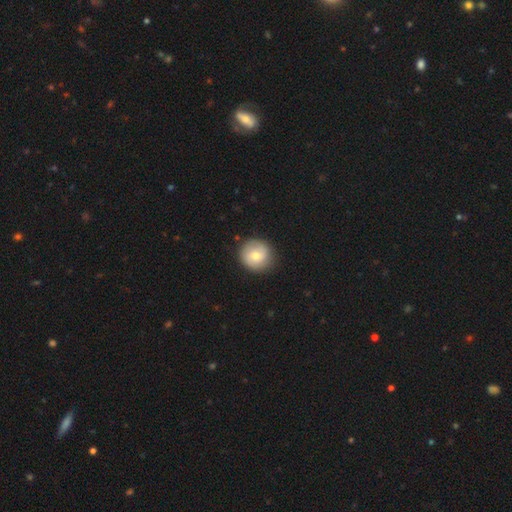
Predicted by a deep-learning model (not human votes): Smooth or featured?
  - smooth: 66% *
  - featured or disk: 27%
  - star or artifact: 7%
How rounded?
  - round: 93% *
  - in between: 6%
  - cigar-shaped: 1%
Merging?
  - none: 86% *
  - minor disturbance: 11%
  - major disturbance: 3%
  - merger: 1%